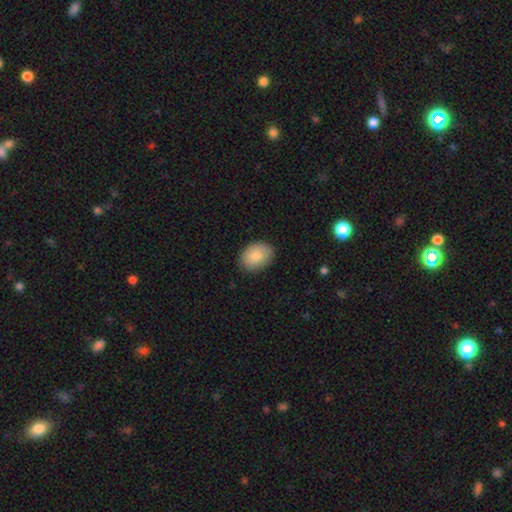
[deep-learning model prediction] smooth_or_featured: smooth (p=0.84) [alt: featured or disk p=0.09]
how_rounded: in between (p=0.75) [alt: round p=0.24]
merging: none (p=0.85) [alt: minor disturbance p=0.11]